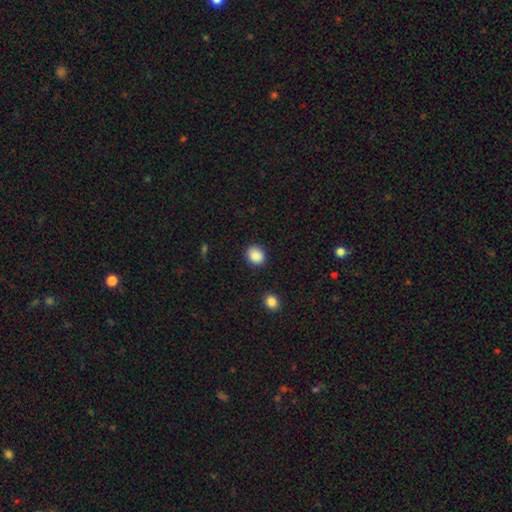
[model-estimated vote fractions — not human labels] Q: Smooth or featured?
A: smooth (89%); runner-up: star or artifact (8%)
Q: How rounded?
A: round (63%); runner-up: in between (36%)
Q: Merging?
A: none (87%); runner-up: minor disturbance (8%)